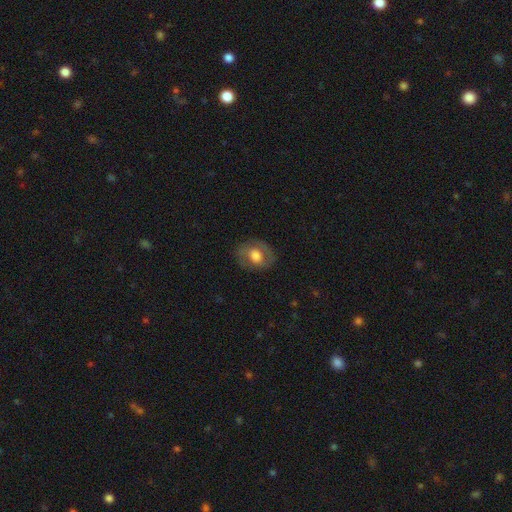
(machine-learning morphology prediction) smooth-or-featured: smooth: 47% | featured or disk: 45% | star or artifact: 8%
  merging: none: 78% | minor disturbance: 14% | major disturbance: 6% | merger: 1%